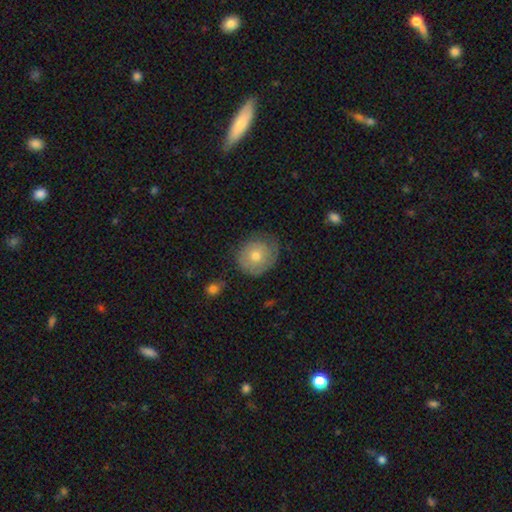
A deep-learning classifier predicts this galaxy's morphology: A smooth galaxy with no disk features (59%) that is round (78%). Merging: none (67%).